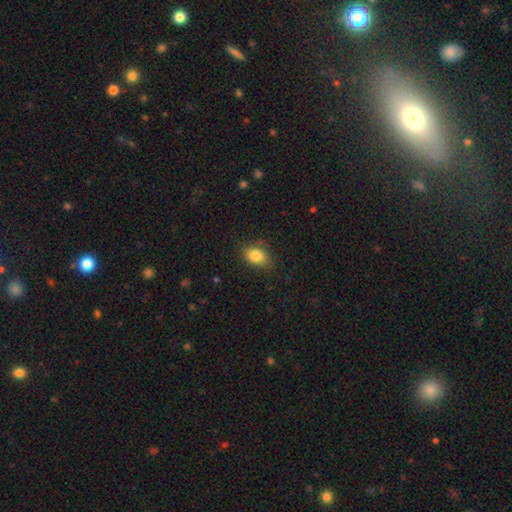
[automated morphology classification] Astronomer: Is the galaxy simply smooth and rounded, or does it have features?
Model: smooth — 84%.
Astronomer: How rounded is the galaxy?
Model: in between — 78%.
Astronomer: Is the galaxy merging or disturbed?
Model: none — 77%.